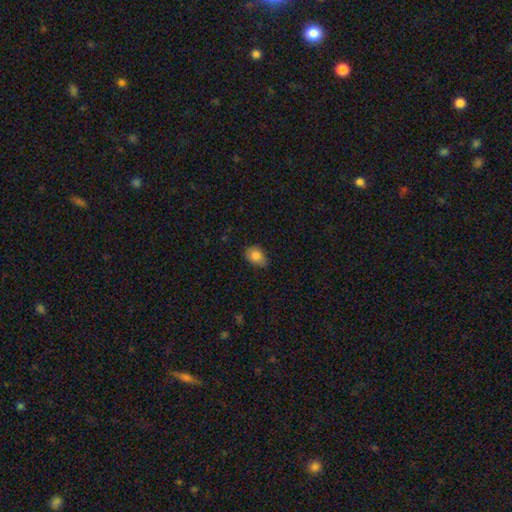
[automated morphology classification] smooth 82%, featured or disk 9%, star or artifact 9%. Down the decision tree: how rounded — in between (71%); merging — none (64%).